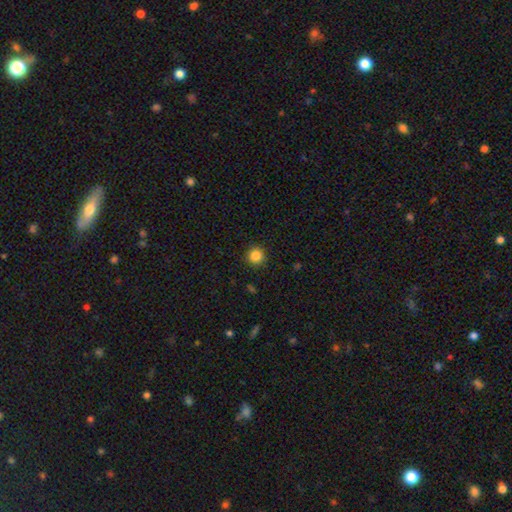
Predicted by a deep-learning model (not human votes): smooth_or_featured: smooth (p=0.85) [alt: star or artifact p=0.11]
how_rounded: round (p=0.94) [alt: in between p=0.05]
merging: none (p=0.92) [alt: minor disturbance p=0.06]